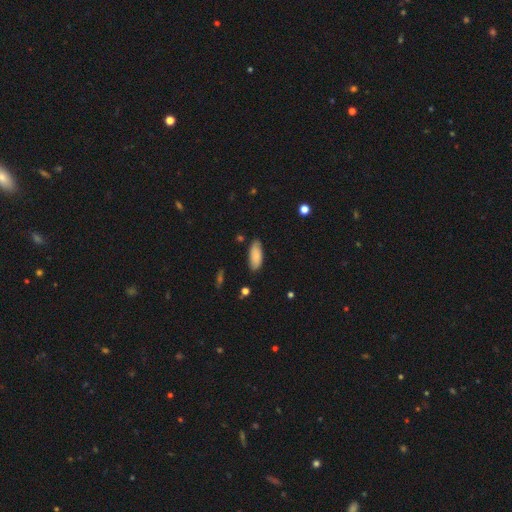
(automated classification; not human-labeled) Smooth or featured: smooth — 81% (featured or disk — 12%)
How rounded: in between — 82% (cigar-shaped — 16%)
Merging: none — 81% (minor disturbance — 15%)